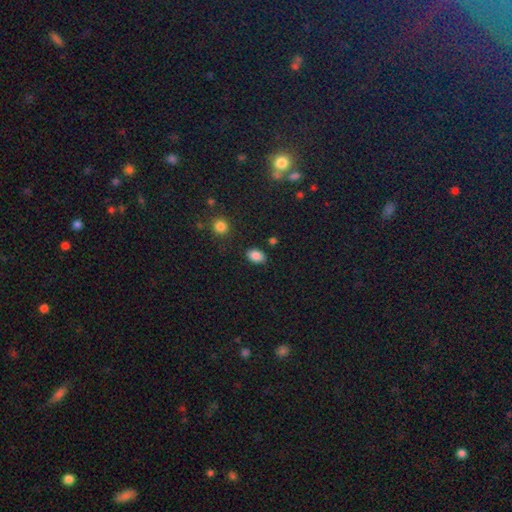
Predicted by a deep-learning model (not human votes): Q: Smooth or featured?
A: smooth (86%); runner-up: star or artifact (9%)
Q: How rounded?
A: in between (81%); runner-up: round (18%)
Q: Merging?
A: none (82%); runner-up: minor disturbance (12%)